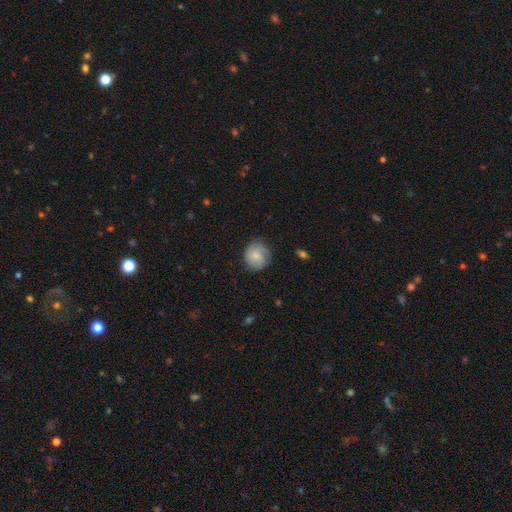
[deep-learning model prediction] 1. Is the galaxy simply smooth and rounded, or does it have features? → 68% smooth, 25% featured or disk, 7% star or artifact.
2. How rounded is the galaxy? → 83% round, 16% in between, 1% cigar-shaped.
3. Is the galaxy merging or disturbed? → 70% none, 23% minor disturbance, 6% major disturbance, 1% merger.